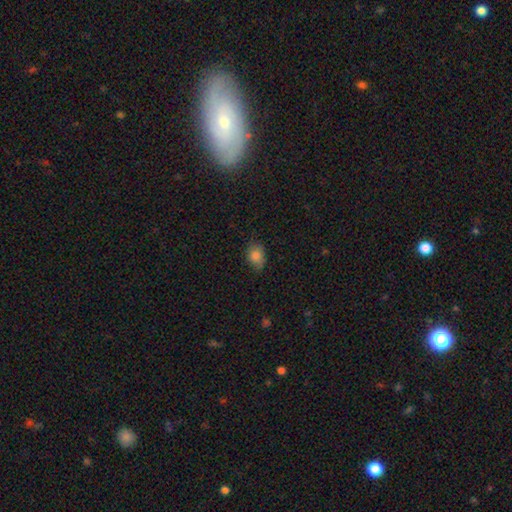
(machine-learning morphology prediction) smooth 83%, star or artifact 10%, featured or disk 7%. Down the decision tree: how rounded — in between (69%); merging — none (70%).